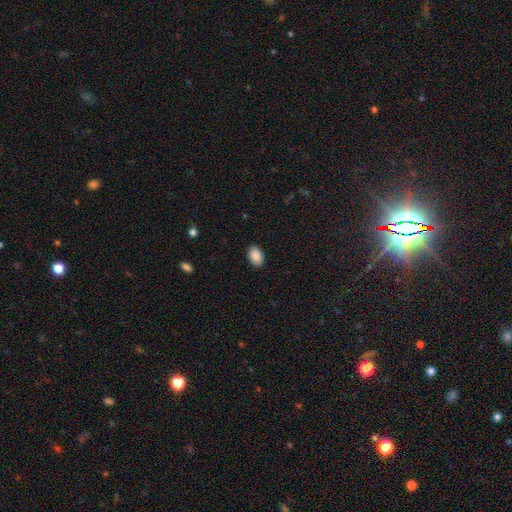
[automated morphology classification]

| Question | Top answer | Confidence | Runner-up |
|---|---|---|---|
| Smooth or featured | smooth | 90% | star or artifact (7%) |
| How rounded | in between | 88% | round (11%) |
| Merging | none | 89% | minor disturbance (8%) |